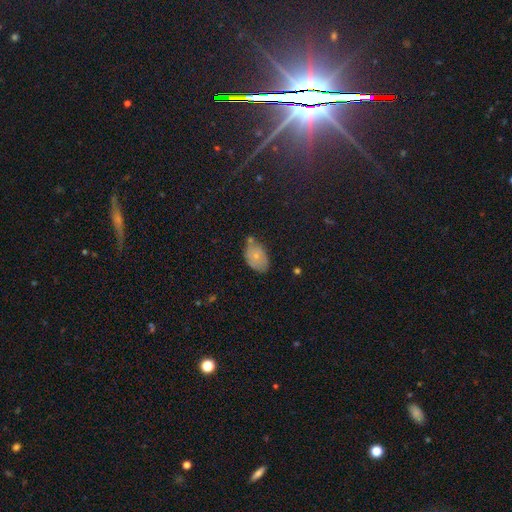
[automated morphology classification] This is likely a smooth galaxy (68%). How rounded: clearly in between (87%). Merging: possibly none (50%).